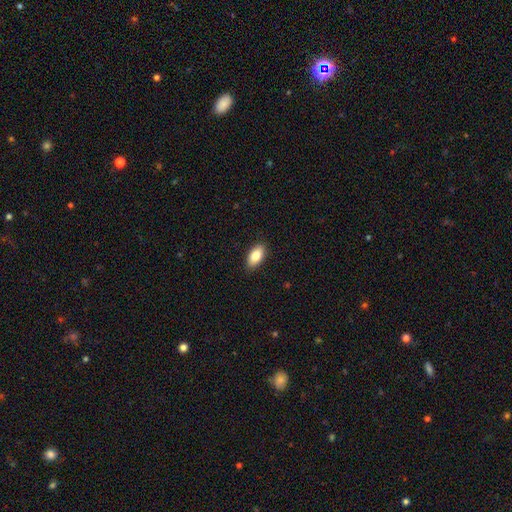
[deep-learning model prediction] Morphology: type=smooth (85%); roundness=in between (92%); merging=none (89%).